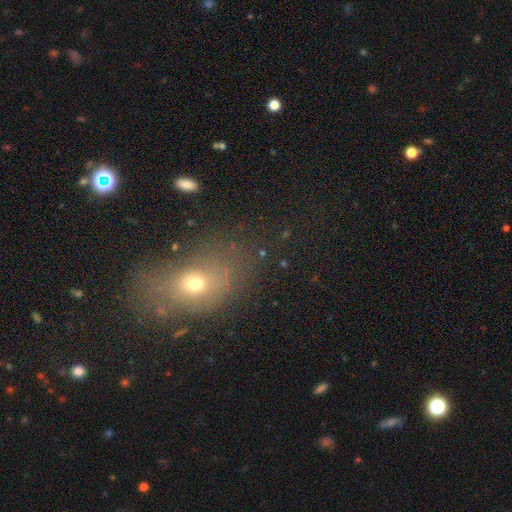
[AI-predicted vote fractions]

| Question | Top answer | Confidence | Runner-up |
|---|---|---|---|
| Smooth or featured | smooth | 57% | star or artifact (25%) |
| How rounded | in between | 73% | round (24%) |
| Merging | none | 66% | minor disturbance (19%) |